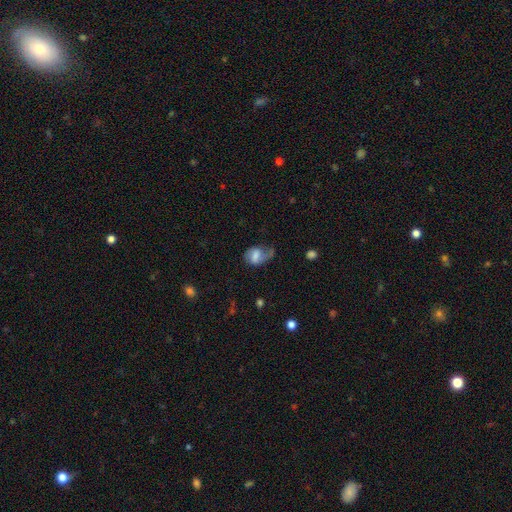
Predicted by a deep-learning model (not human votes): smooth_or_featured: featured or disk (p=0.50) [alt: smooth p=0.42]
merging: none (p=0.36) [alt: major disturbance p=0.31]